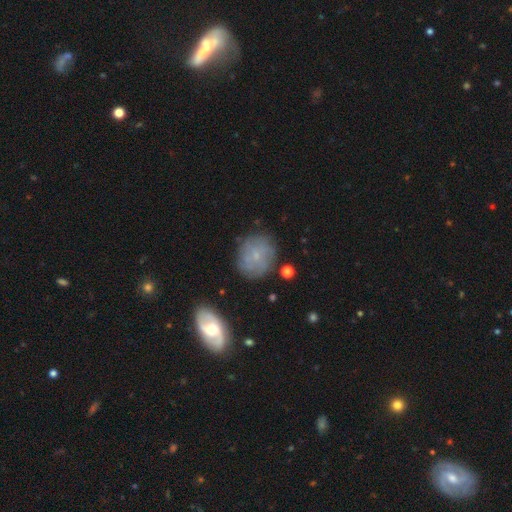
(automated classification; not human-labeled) The model was most divided on "smooth or featured": smooth: 48%, featured or disk: 41%, star or artifact: 11%. More confident: merging — none (72%).